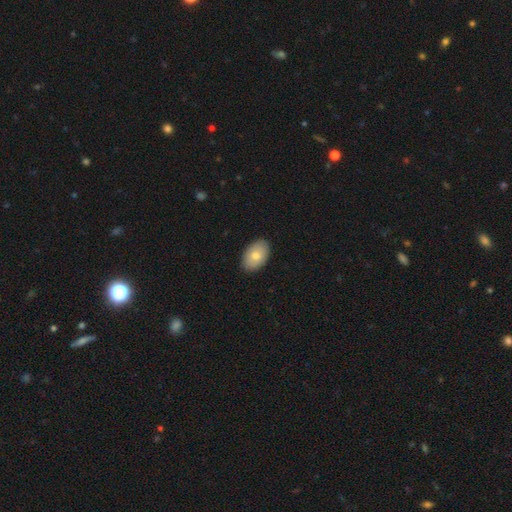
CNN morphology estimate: Smooth or featured: smooth — 76% (featured or disk — 17%)
How rounded: in between — 90% (round — 8%)
Merging: none — 89% (minor disturbance — 8%)